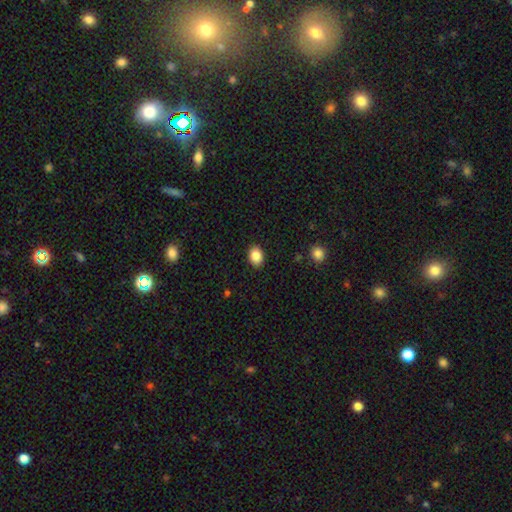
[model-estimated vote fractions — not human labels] Smooth or featured? Predicted: smooth (p=0.86). How rounded? Predicted: in between (p=0.69). Merging? Predicted: none (p=0.89).